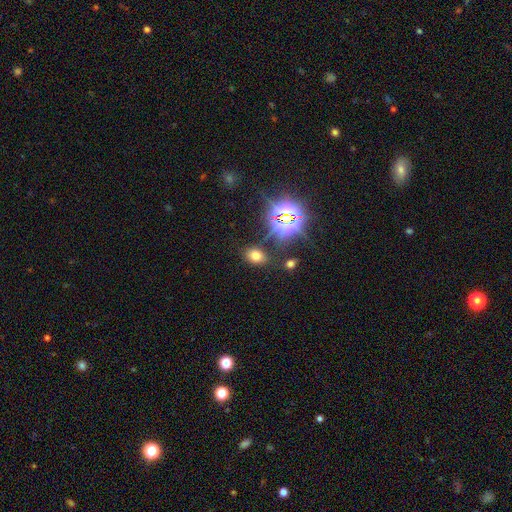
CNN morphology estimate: This appears to be a smooth galaxy with no disk features (61%) that is in between round and cigar-shaped (74%). Merging: none (80%).